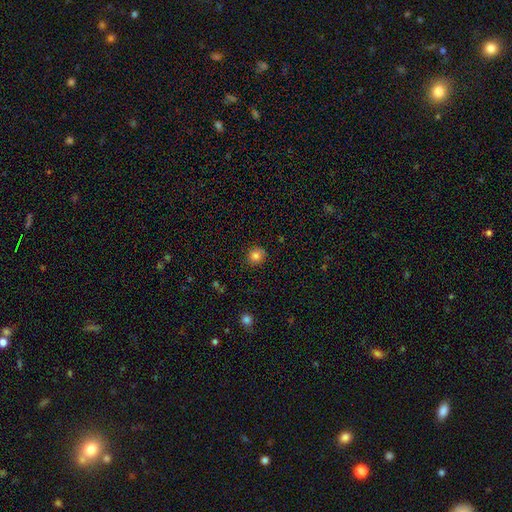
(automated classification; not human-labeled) This appears to be a smooth galaxy with no disk features (82%) that is round (84%). Merging: none (88%).